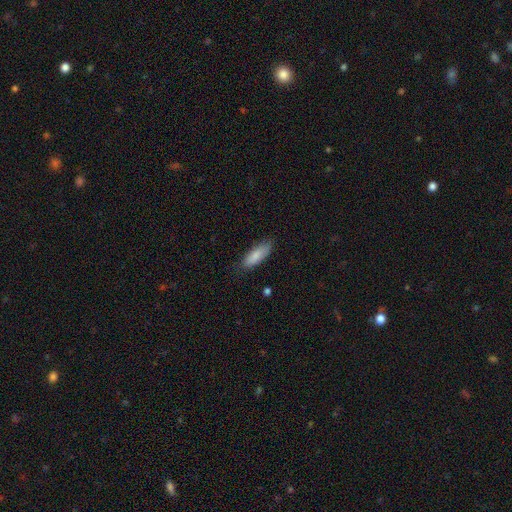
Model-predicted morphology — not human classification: Smooth or featured? Predicted: smooth (p=0.85). How rounded? Predicted: in between (p=0.66). Merging? Predicted: none (p=0.79).